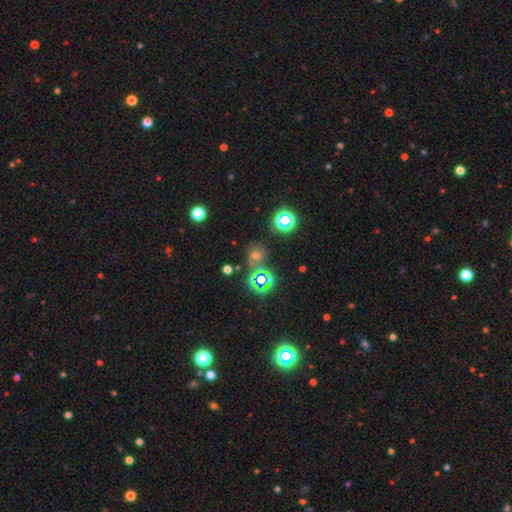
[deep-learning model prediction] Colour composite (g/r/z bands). It shows a star or artifact, not a galaxy (52%).